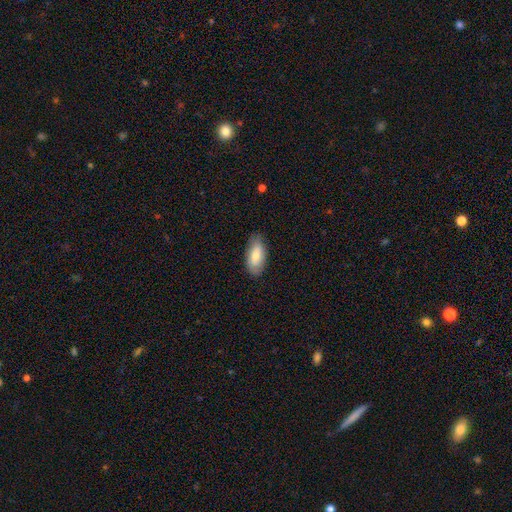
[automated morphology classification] smooth_or_featured: smooth (p=0.76) [alt: featured or disk p=0.18]
how_rounded: in between (p=0.89) [alt: cigar-shaped p=0.08]
merging: none (p=0.80) [alt: minor disturbance p=0.16]